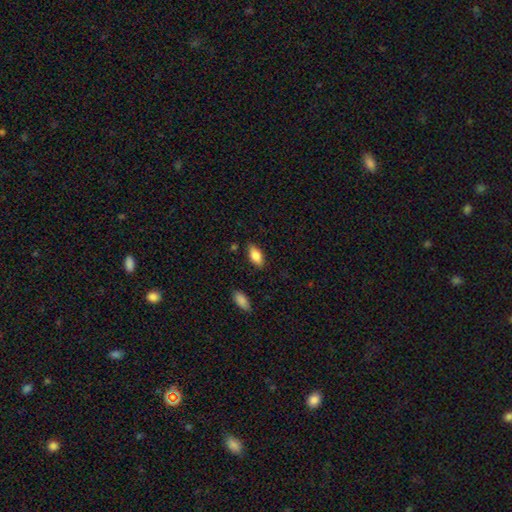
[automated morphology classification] Smooth or featured? smooth (81%)
How rounded? in between (87%)
Merging? none (82%)